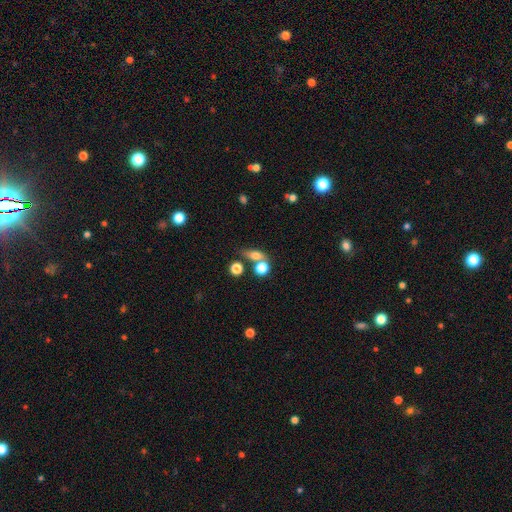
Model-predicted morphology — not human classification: This appears to be a smooth galaxy with no disk features (68%) that is in between round and cigar-shaped (55%). Merging: none (50%).